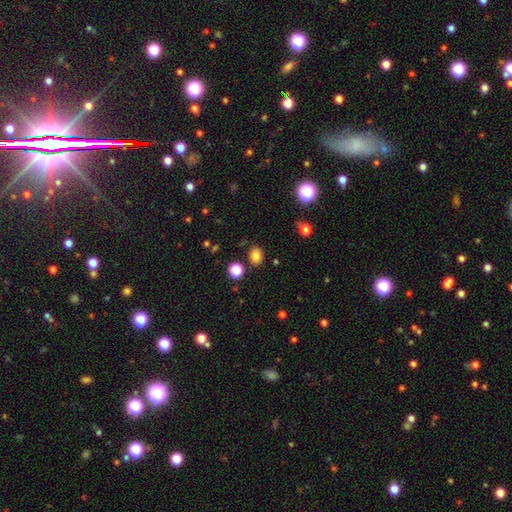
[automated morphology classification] This appears to be a smooth galaxy with no disk features (81%) that is in between round and cigar-shaped (55%). Merging: none (83%).